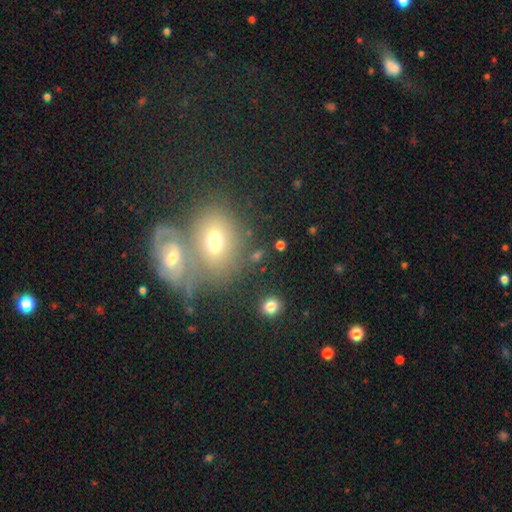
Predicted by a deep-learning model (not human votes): The model was most divided on "how rounded": in between: 56%, round: 42%, cigar-shaped: 2%. More confident: smooth or featured — smooth (54%); merging — none (50%).